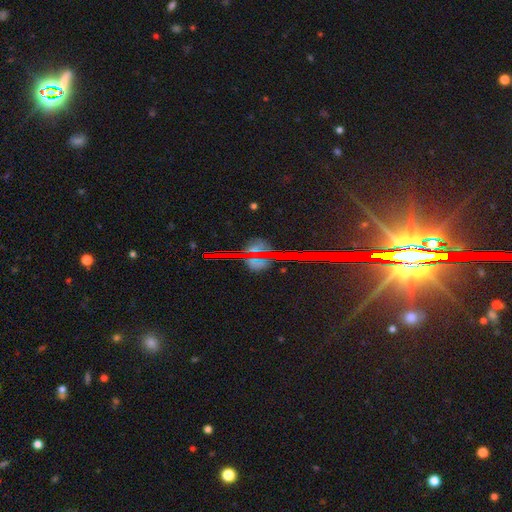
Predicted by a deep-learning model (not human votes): The model was most divided on "smooth or featured": star or artifact: 67%, smooth: 19%, featured or disk: 14%.